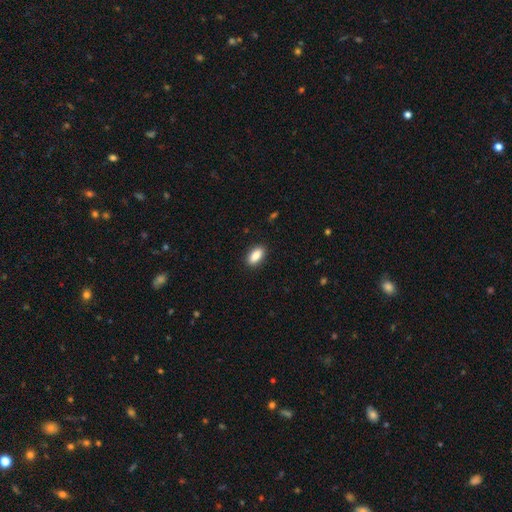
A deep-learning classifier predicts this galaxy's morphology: The model was most divided on "smooth or featured": smooth: 88%, star or artifact: 7%, featured or disk: 5%. More confident: how rounded — in between (90%); merging — none (90%).